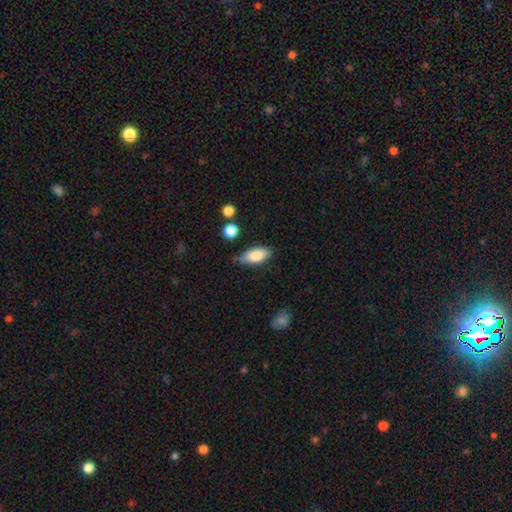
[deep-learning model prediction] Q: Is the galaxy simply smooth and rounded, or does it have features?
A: smooth — 82%.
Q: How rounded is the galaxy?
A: in between — 87%.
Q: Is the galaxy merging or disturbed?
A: none — 69%.